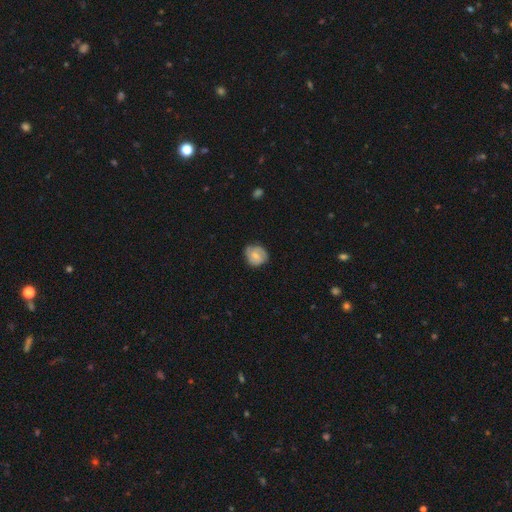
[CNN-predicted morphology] Smooth or featured? smooth (53%)
How rounded? round (77%)
Merging? none (70%)